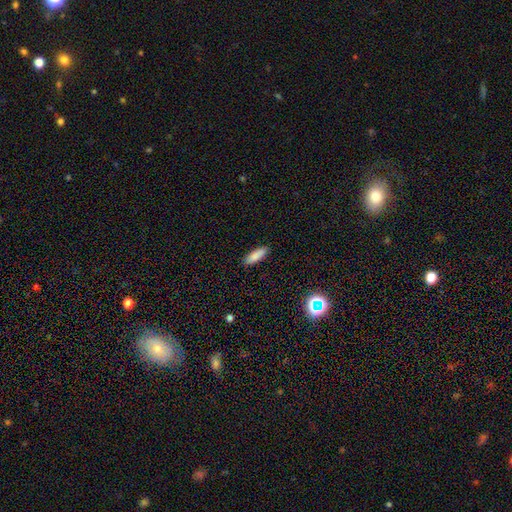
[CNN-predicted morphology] smooth-or-featured: smooth: 85% | star or artifact: 8% | featured or disk: 7%
  how-rounded: in between: 51% | cigar-shaped: 47% | round: 2%
  merging: none: 88% | minor disturbance: 9% | major disturbance: 2% | merger: 1%